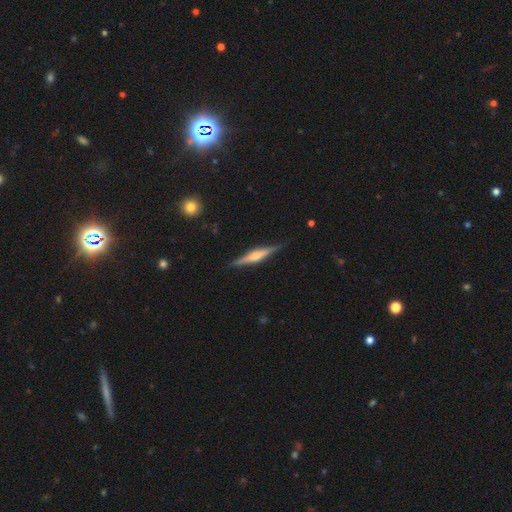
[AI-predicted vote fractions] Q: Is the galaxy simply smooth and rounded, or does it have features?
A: featured or disk — 70%.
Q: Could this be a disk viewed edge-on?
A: yes — 98%.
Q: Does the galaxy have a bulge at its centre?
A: rounded — 77%.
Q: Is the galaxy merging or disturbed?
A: none — 89%.